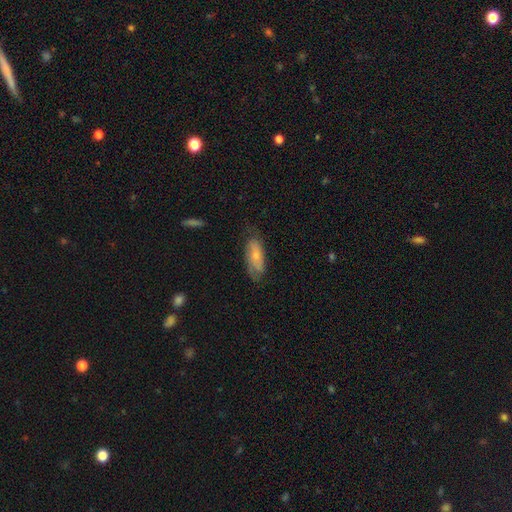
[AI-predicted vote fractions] Overall: smooth (55%; featured or disk 38%). How rounded: in between (76%). Merging: none (64%; minor disturbance 26%).